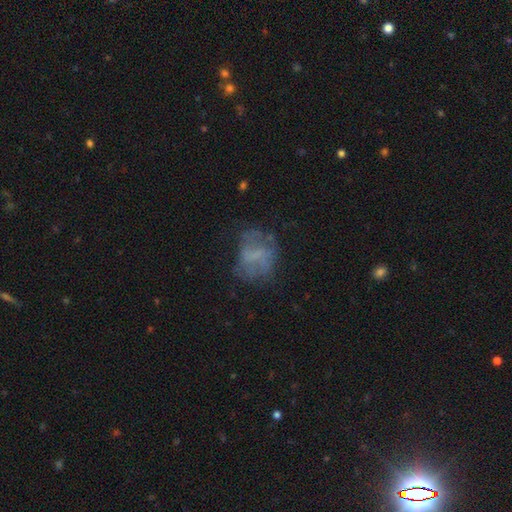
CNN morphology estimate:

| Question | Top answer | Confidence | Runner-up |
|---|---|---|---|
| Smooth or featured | featured or disk | 47% | smooth (39%) |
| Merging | none | 54% | minor disturbance (22%) |